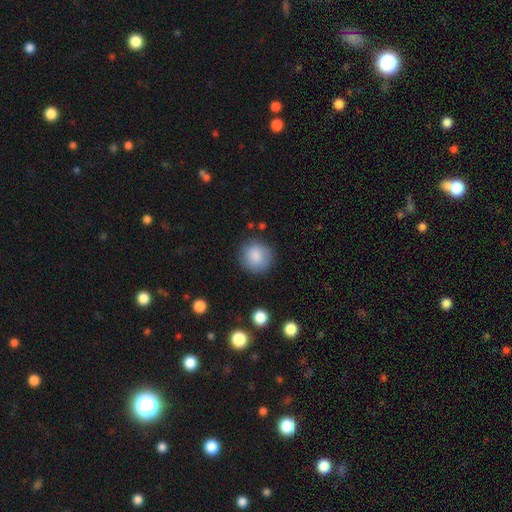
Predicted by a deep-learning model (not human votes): The model was most divided on "merging": none: 83%, minor disturbance: 11%, major disturbance: 4%, merger: 2%. More confident: how rounded — round (90%); smooth or featured — smooth (86%).